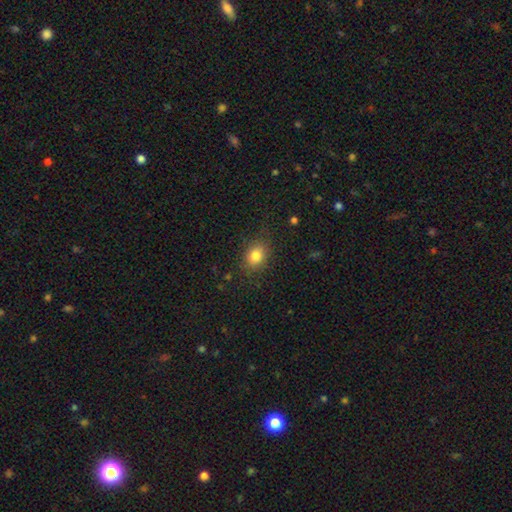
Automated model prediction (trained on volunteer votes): The model was most divided on "how rounded": in between: 53%, round: 46%, cigar-shaped: 1%. More confident: merging — none (82%); smooth or featured — smooth (81%).